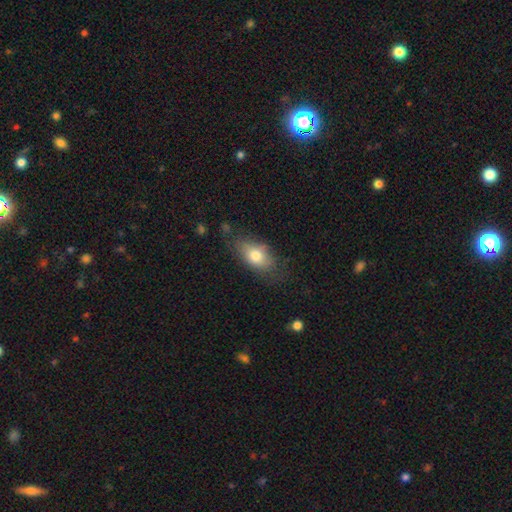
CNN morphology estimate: Smooth or featured? smooth (76%)
How rounded? in between (87%)
Merging? none (64%)